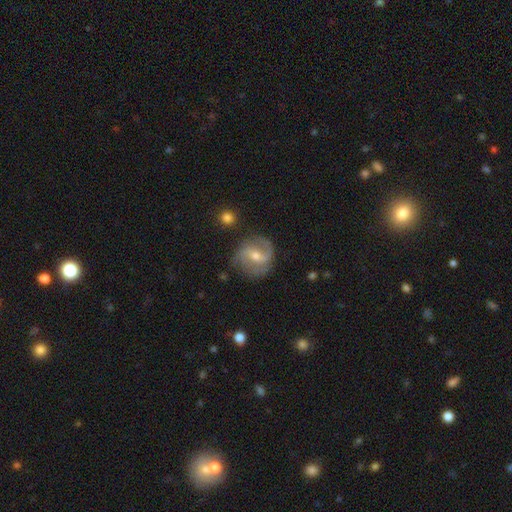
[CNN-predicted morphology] featured or disk 77%, smooth 17%, star or artifact 6%. Down the decision tree: edge-on disk — no (97%); bar — weak (50%); spiral arms — yes (92%); spiral arm count — 2 (77%); spiral winding — medium (47%); bulge size — moderate (54%); merging — none (74%).